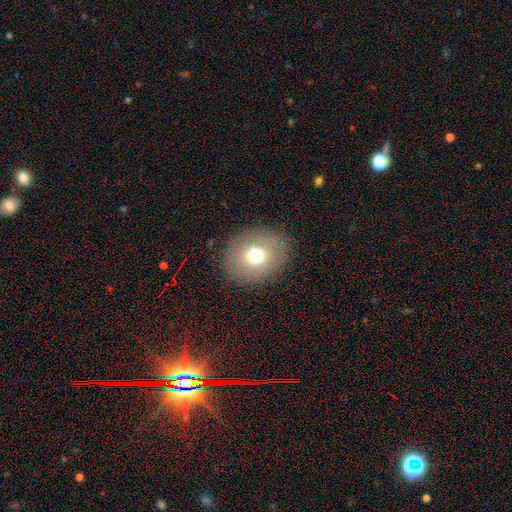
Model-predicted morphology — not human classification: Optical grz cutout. It shows a smooth galaxy with no disk features (71%) that is round (68%). Merging: none (88%).